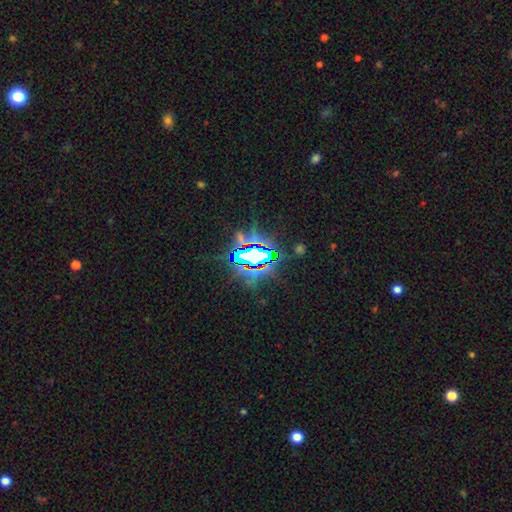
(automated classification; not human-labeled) A star or artifact, not a galaxy (75%).